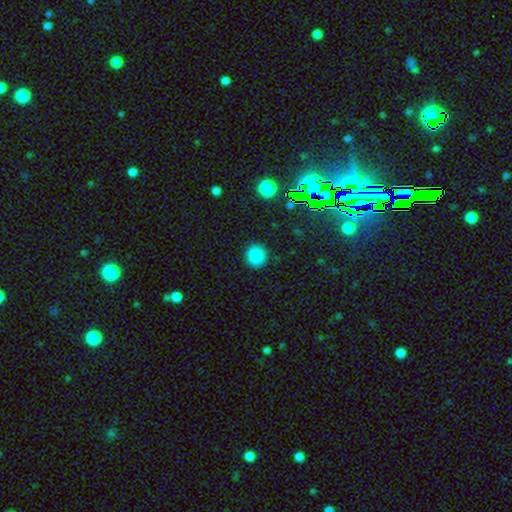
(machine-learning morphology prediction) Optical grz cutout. It shows a smooth galaxy with no disk features (85%) that is round (90%). Merging: none (90%).